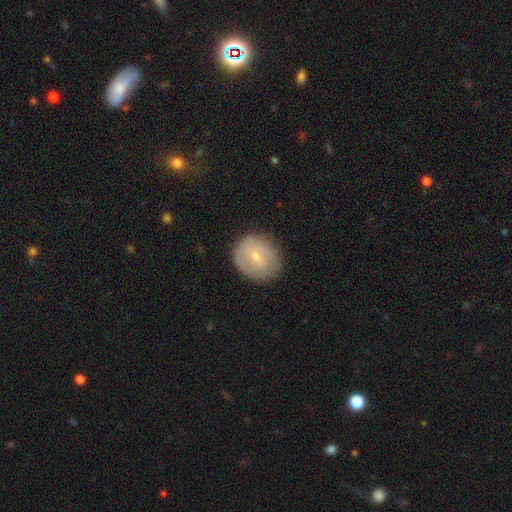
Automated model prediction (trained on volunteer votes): smooth 59%, featured or disk 34%, star or artifact 8%. Down the decision tree: how rounded — round (72%); merging — none (80%).